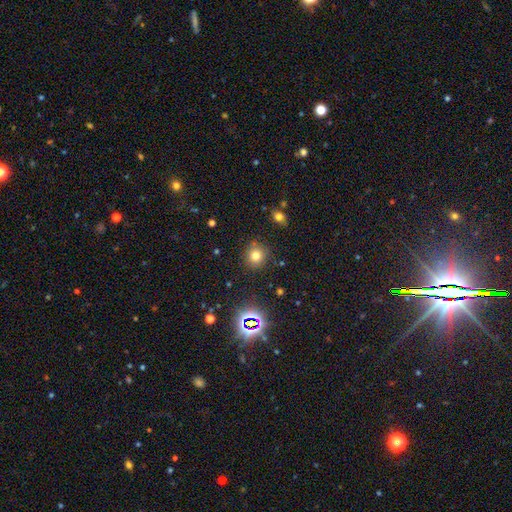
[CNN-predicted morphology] Smooth or featured? Predicted: smooth (p=0.74). How rounded? Predicted: round (p=0.90). Merging? Predicted: none (p=0.87).